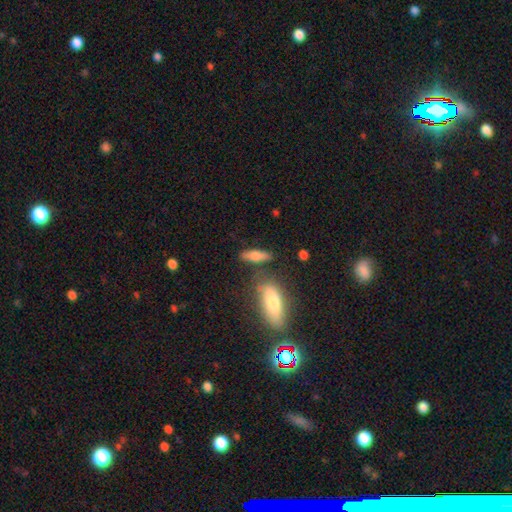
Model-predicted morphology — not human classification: Smooth or featured? Predicted: smooth (p=0.69). How rounded? Predicted: cigar-shaped (p=0.54). Merging? Predicted: none (p=0.70).